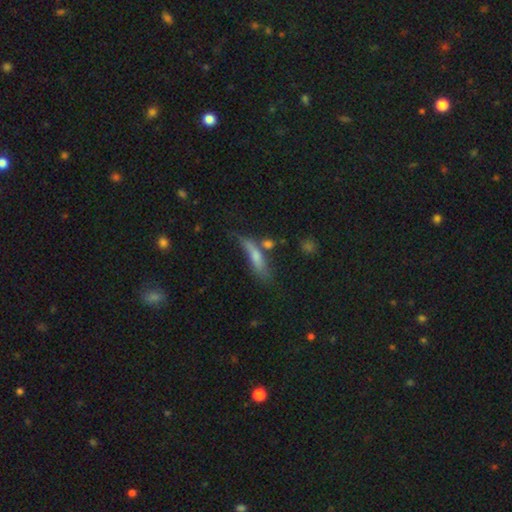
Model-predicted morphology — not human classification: The model was most divided on "smooth or featured": smooth: 57%, featured or disk: 33%, star or artifact: 10%. More confident: how rounded — cigar-shaped (75%); merging — none (52%).